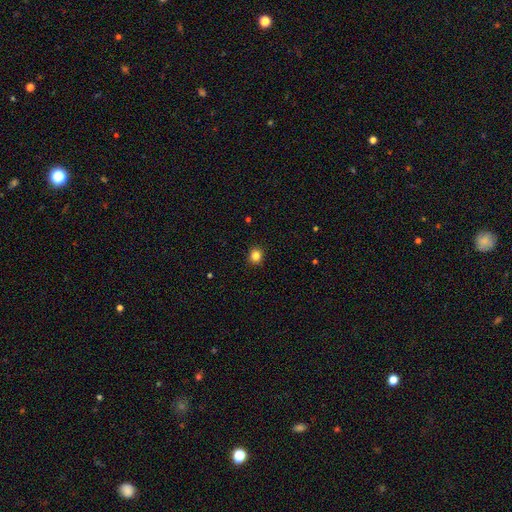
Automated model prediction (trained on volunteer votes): Smooth or featured? Predicted: smooth (p=0.84). How rounded? Predicted: round (p=0.86). Merging? Predicted: none (p=0.92).